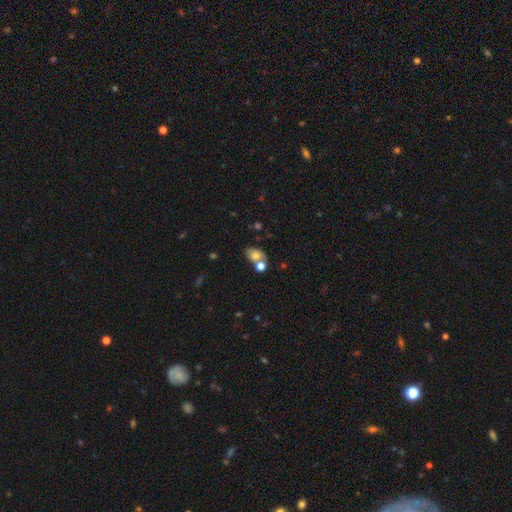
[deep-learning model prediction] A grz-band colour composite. It shows a smooth galaxy with no disk features (71%) that is in between round and cigar-shaped (74%). Merging: none (44%).